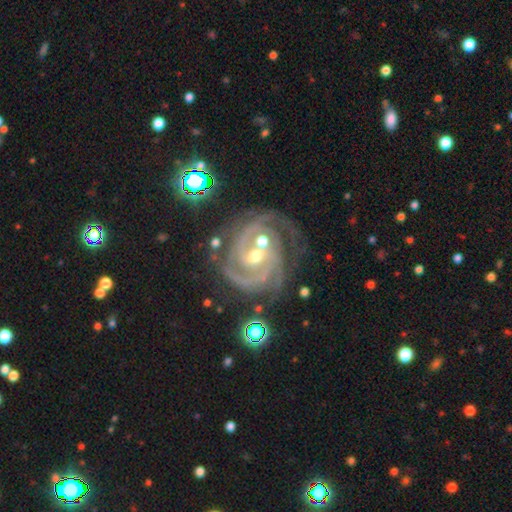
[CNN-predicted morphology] Q: Smooth or featured?
A: featured or disk (90%); runner-up: star or artifact (6%)
Q: Edge-on disk?
A: no (98%); runner-up: yes (2%)
Q: Bar?
A: no (41%); runner-up: weak (40%)
Q: Spiral arms?
A: yes (98%); runner-up: no (2%)
Q: Spiral winding?
A: tight (59%); runner-up: medium (36%)
Q: Spiral arm count?
A: 2 (44%); runner-up: 3 (30%)
Q: Bulge size?
A: moderate (64%); runner-up: small (30%)
Q: Merging?
A: none (51%); runner-up: minor disturbance (19%)